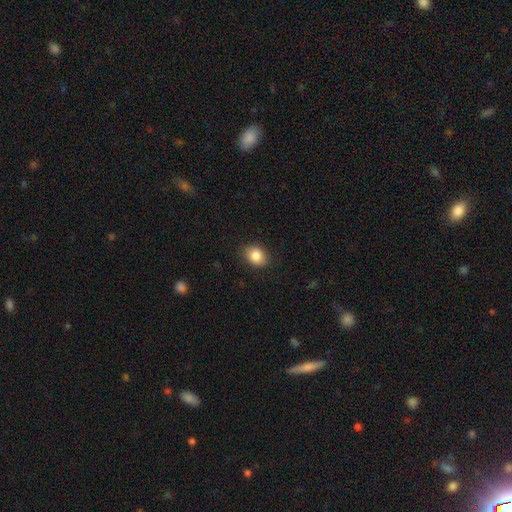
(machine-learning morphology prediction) Smooth or featured?
  - smooth: 85% *
  - star or artifact: 9%
  - featured or disk: 6%
How rounded?
  - in between: 59% *
  - round: 40%
  - cigar-shaped: 1%
Merging?
  - none: 88% *
  - minor disturbance: 9%
  - major disturbance: 2%
  - merger: 1%